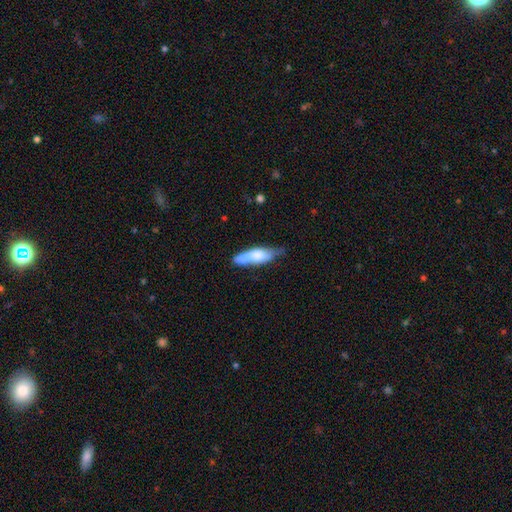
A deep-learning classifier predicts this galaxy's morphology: This appears to be a smooth galaxy with no disk features (61%) that is cigar-shaped (50%). Merging: none (44%).